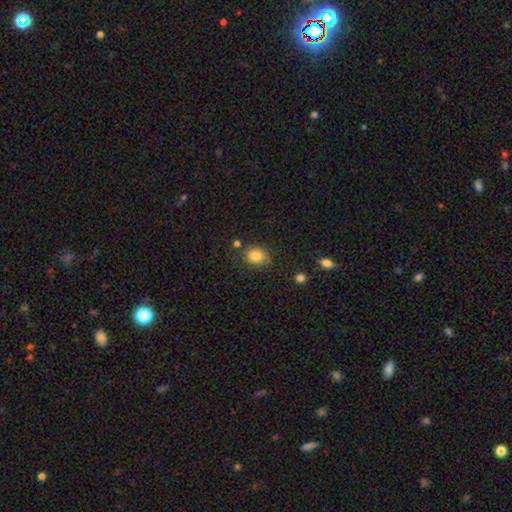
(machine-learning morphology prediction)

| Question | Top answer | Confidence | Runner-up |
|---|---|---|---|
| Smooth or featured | smooth | 84% | star or artifact (10%) |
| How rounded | round | 68% | in between (32%) |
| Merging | none | 77% | minor disturbance (15%) |